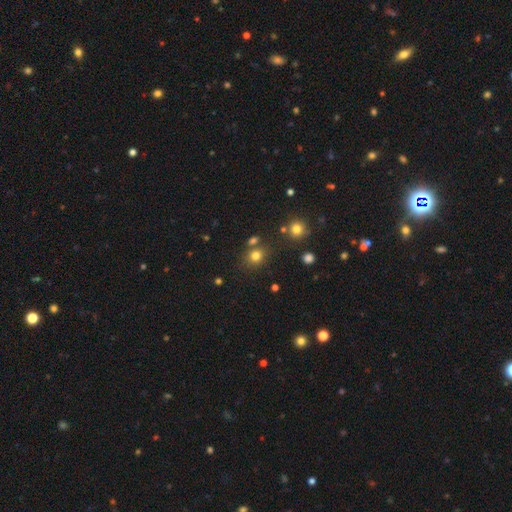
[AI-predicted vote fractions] This is likely a smooth galaxy (77%). How rounded: likely round (72%). Merging: likely none (72%).